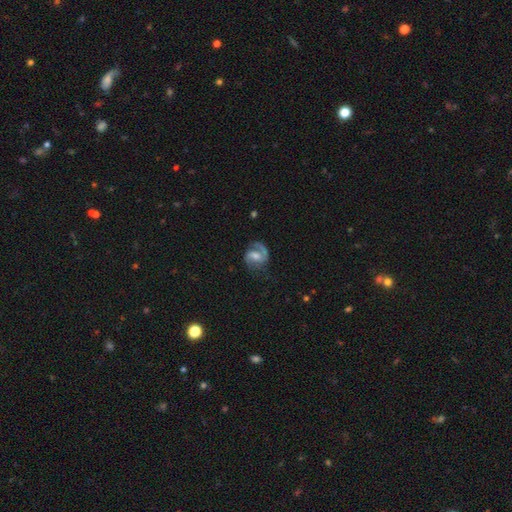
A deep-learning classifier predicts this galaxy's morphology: This appears to be a featured or disk galaxy (82%) with a weak bar (50%), 2 (83%) medium (54%) spiral arms (96%) and a moderate central bulge (48%). Merging: none (69%).